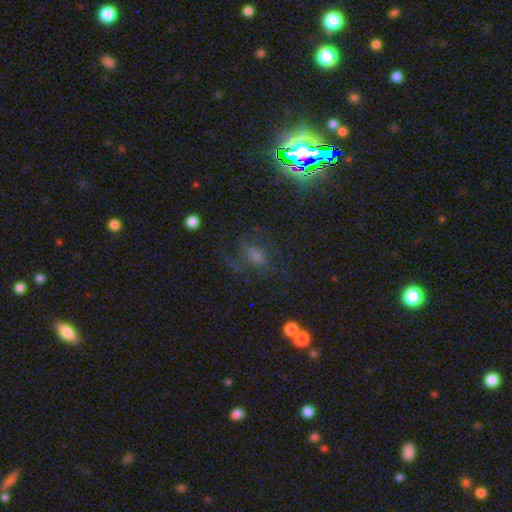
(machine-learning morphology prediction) A featured or disk galaxy (36%).

Vote fractions:
- Smooth or featured? featured or disk: 36% / star or artifact: 34% / smooth: 30%
- Merging? none: 53% / major disturbance: 24% / minor disturbance: 19% / merger: 3%